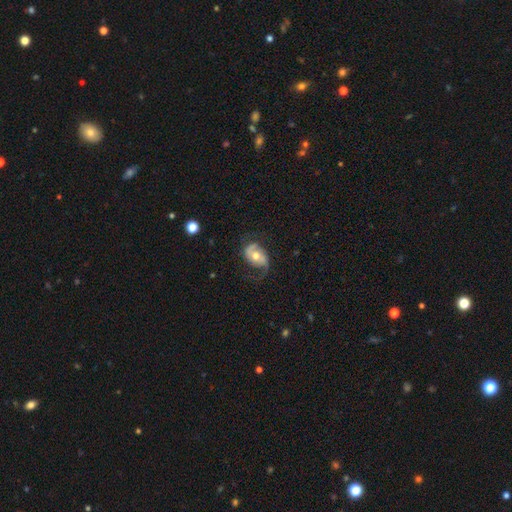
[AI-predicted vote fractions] A featured or disk galaxy (72%) with no bar (55%), 2 (81%) loose (49%) spiral arms (89%) and a moderate central bulge (71%). Merging: none (59%).